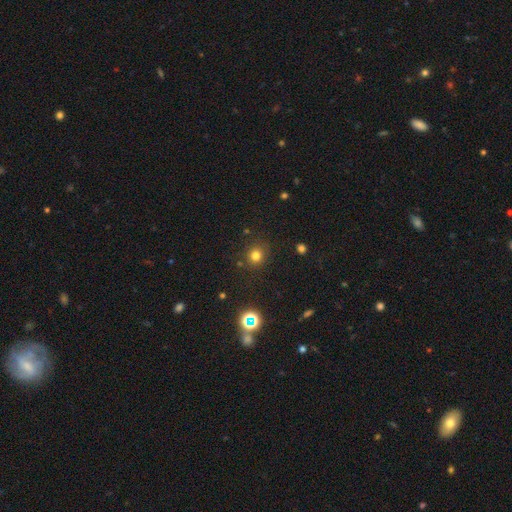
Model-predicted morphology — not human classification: smooth 76%, star or artifact 18%, featured or disk 6%. Down the decision tree: how rounded — round (89%); merging — none (86%).